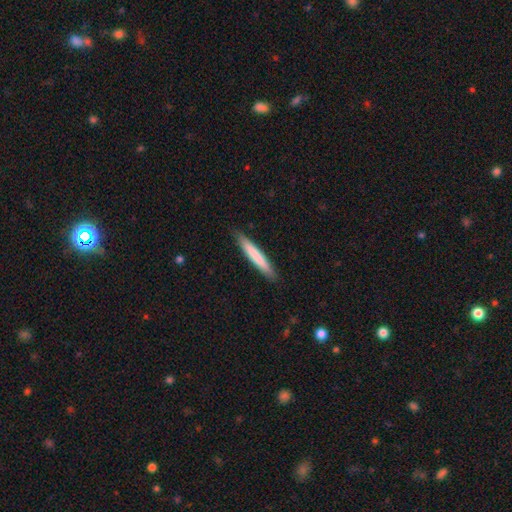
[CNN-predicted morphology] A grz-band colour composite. It shows a smooth galaxy with no disk features (74%) that is cigar-shaped (95%). Merging: none (89%).